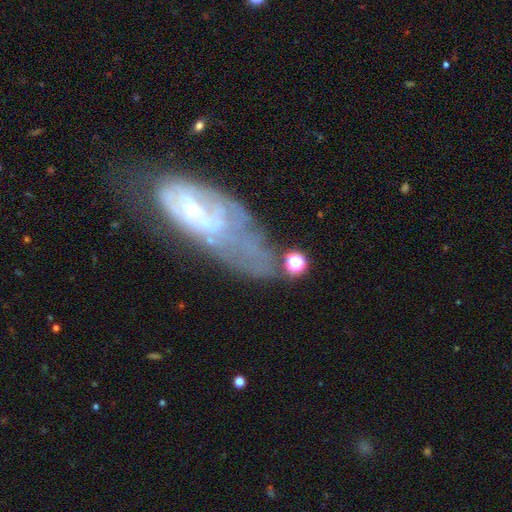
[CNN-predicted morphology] Overall: featured or disk (62%; smooth 25%). Edge-on disk: no (82%). Bar: no (64%; weak 26%). Spiral arms: no (52%; yes 48%). Bulge size: small (54%; moderate 29%). Merging: none (41%; major disturbance 26%).